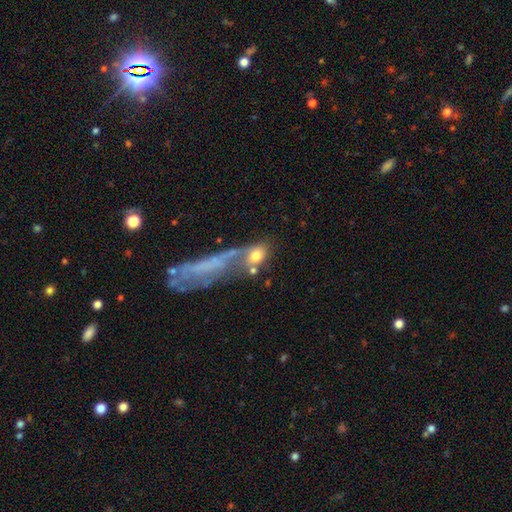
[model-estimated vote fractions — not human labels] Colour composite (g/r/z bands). It shows a smooth galaxy with no disk features (65%) that is in between round and cigar-shaped (63%). Merging: merger (37%).